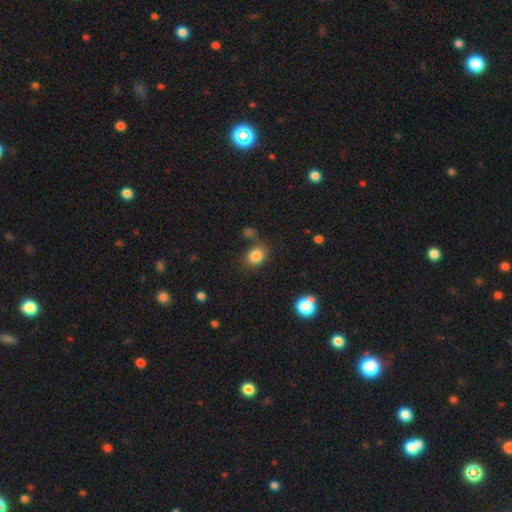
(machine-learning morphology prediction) Overall: smooth (84%). How rounded: round (55%; in between 44%). Merging: none (72%).